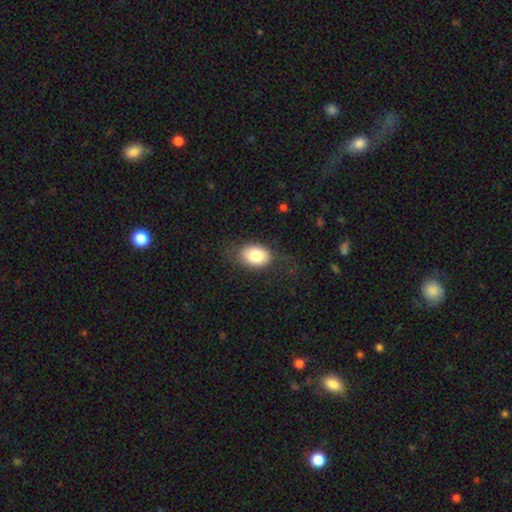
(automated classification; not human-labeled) A smooth galaxy with no disk features (79%) that is in between round and cigar-shaped (83%).

Vote fractions:
- Smooth or featured? smooth: 79% / featured or disk: 14% / star or artifact: 7%
- How rounded? in between: 83% / round: 16% / cigar-shaped: 1%
- Merging? none: 67% / minor disturbance: 20% / major disturbance: 12% / merger: 1%